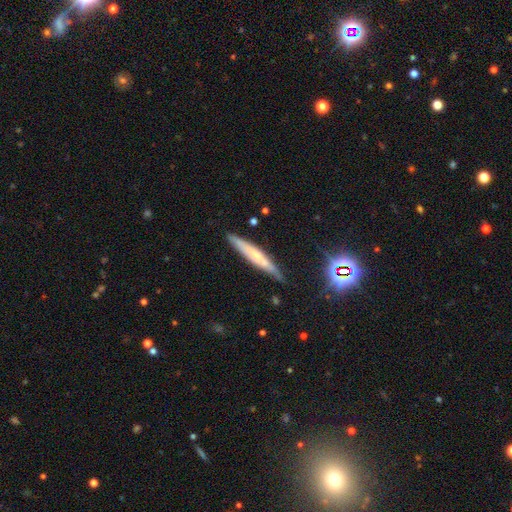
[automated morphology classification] This is possibly a smooth galaxy (48%). Merging: likely none (79%).